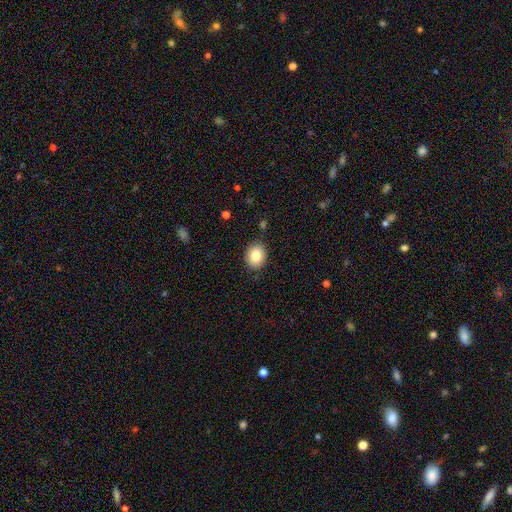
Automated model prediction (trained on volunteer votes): Overall: smooth (85%). How rounded: round (50%; in between 49%). Merging: none (86%).